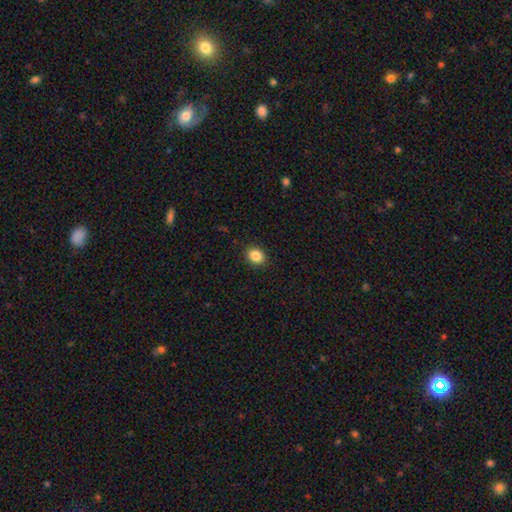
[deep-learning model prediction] smooth_or_featured: smooth (p=0.86) [alt: star or artifact p=0.10]
how_rounded: round (p=0.52) [alt: in between p=0.48]
merging: none (p=0.90) [alt: minor disturbance p=0.07]